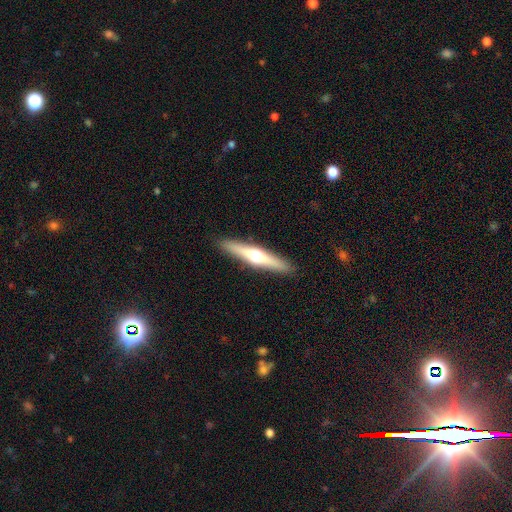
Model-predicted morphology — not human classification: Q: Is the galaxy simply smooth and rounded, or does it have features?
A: featured or disk — 58%.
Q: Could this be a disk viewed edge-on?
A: yes — 95%.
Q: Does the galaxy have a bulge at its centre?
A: rounded — 93%.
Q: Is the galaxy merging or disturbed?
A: none — 91%.